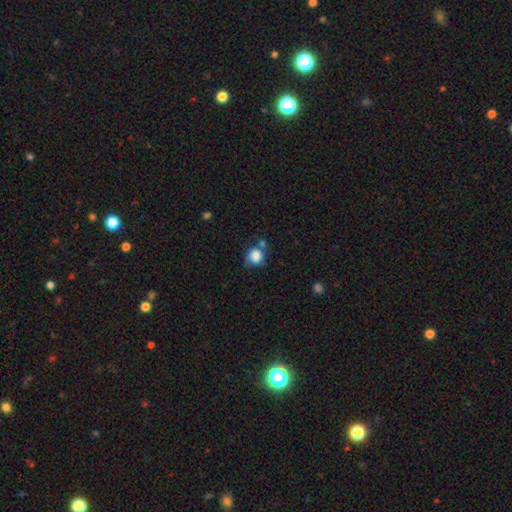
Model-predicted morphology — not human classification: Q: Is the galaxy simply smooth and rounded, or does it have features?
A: smooth — 81%.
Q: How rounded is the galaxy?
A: round — 74%.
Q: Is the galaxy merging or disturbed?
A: none — 43%.